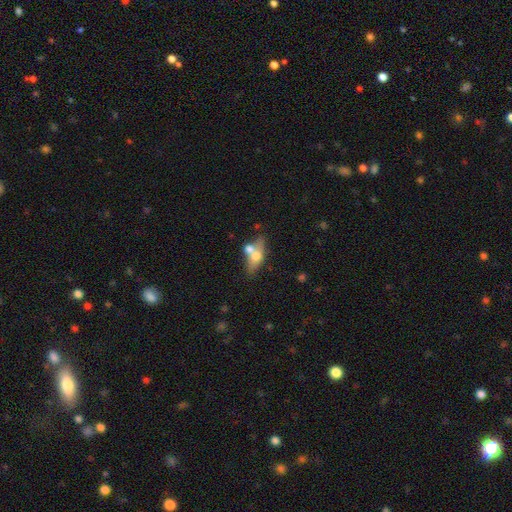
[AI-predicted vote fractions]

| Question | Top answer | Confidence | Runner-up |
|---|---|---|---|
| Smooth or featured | smooth | 54% | featured or disk (39%) |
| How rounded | in between | 66% | cigar-shaped (25%) |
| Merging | none | 47% | merger (34%) |